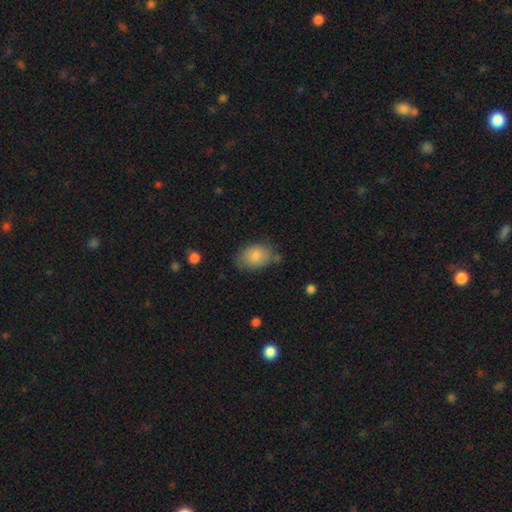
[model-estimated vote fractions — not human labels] Q: Smooth or featured?
A: smooth (82%); runner-up: featured or disk (10%)
Q: How rounded?
A: in between (77%); runner-up: round (22%)
Q: Merging?
A: none (64%); runner-up: minor disturbance (26%)